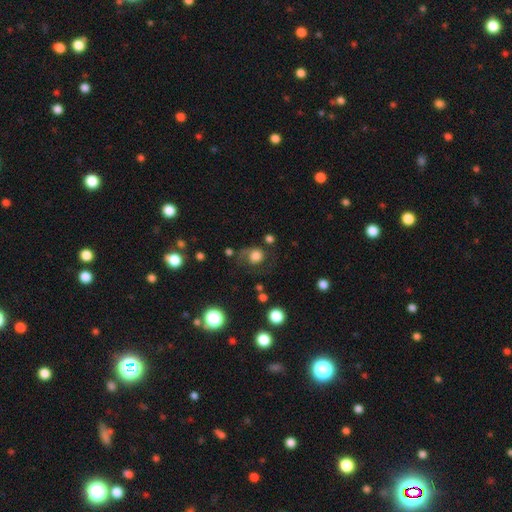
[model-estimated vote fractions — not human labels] Smooth or featured: smooth — 60% (featured or disk — 28%)
How rounded: round — 75% (in between — 24%)
Merging: none — 47% (major disturbance — 28%)